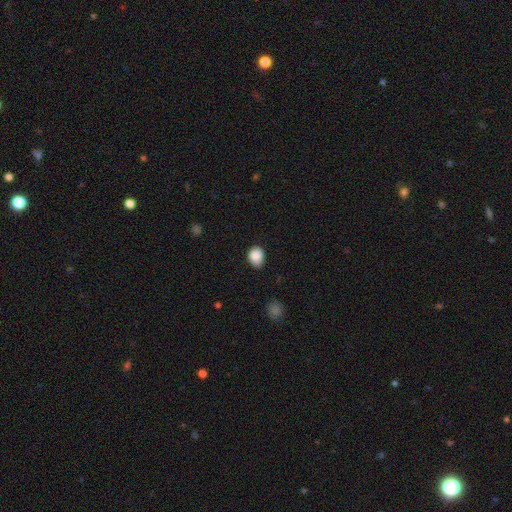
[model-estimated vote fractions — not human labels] Q: Smooth or featured?
A: smooth (87%); runner-up: star or artifact (9%)
Q: How rounded?
A: round (53%); runner-up: in between (46%)
Q: Merging?
A: none (70%); runner-up: minor disturbance (25%)